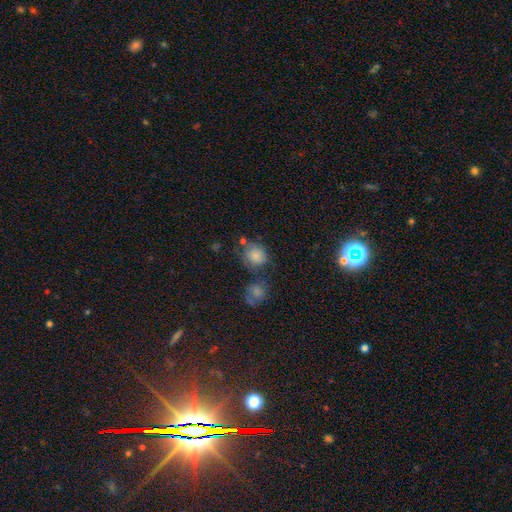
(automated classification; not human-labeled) Overall: smooth (80%). How rounded: round (71%). Merging: none (52%; minor disturbance 19%).